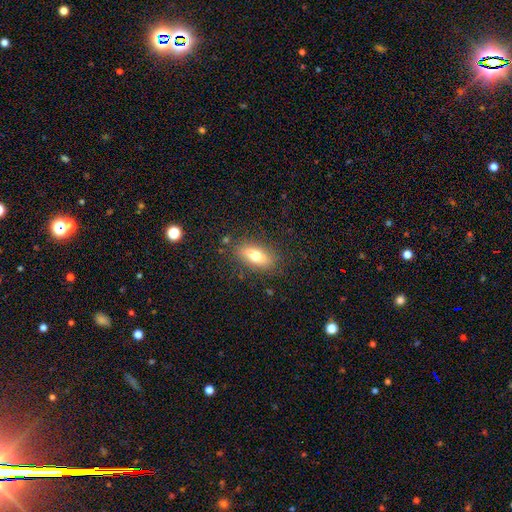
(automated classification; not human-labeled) Smooth or featured: smooth — 67% (featured or disk — 24%)
How rounded: in between — 78% (cigar-shaped — 17%)
Merging: none — 83% (minor disturbance — 12%)